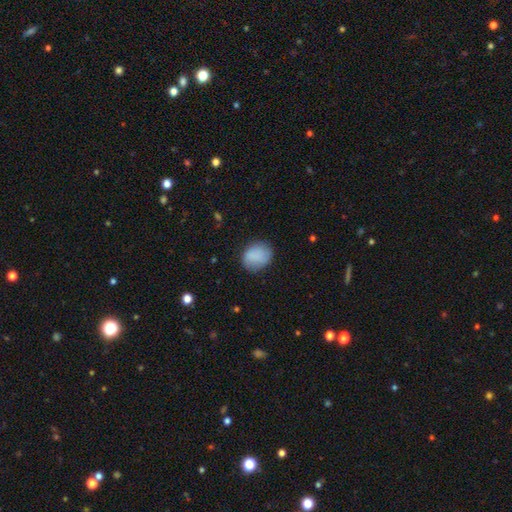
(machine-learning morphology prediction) This appears to be a smooth galaxy with no disk features (85%) that is round (58%). Merging: none (77%).